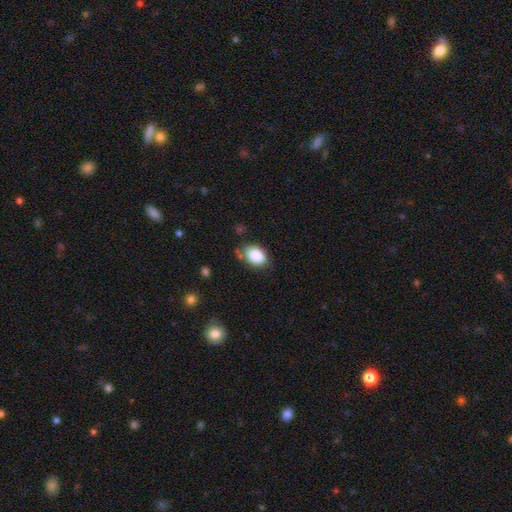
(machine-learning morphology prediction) type=smooth (87%); roundness=in between (79%); merging=none (73%).